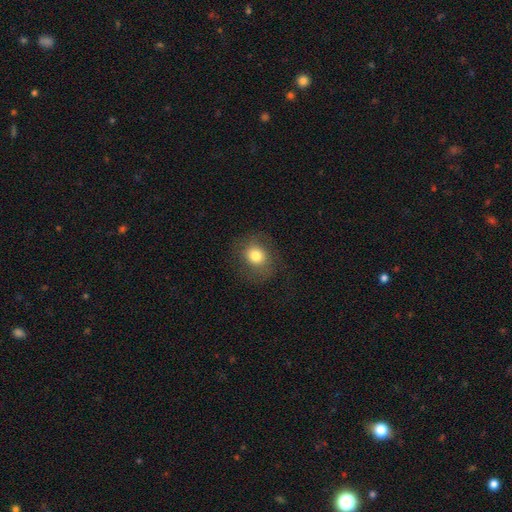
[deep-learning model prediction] A smooth galaxy with no disk features (75%) that is round (75%). Merging: none (74%).